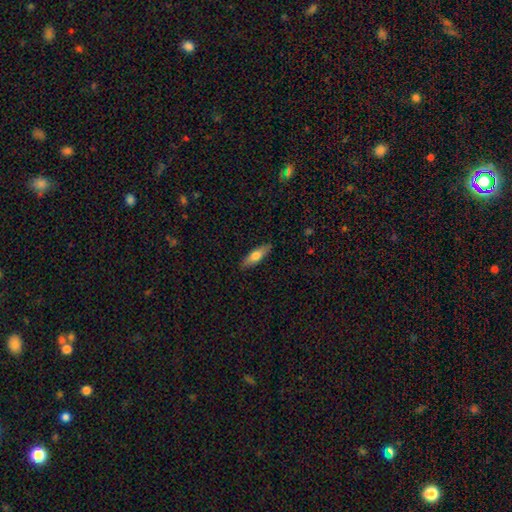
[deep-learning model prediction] A smooth galaxy with no disk features (66%) that is cigar-shaped (52%). Merging: none (87%).